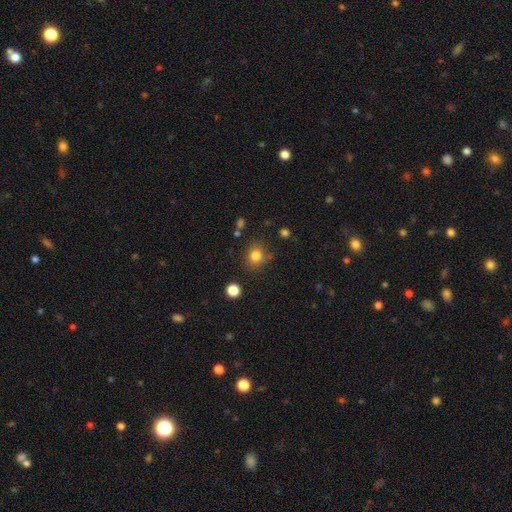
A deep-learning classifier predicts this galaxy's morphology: A smooth galaxy with no disk features (82%) that is round (79%).

Vote fractions:
- Smooth or featured? smooth: 82% / star or artifact: 12% / featured or disk: 6%
- How rounded? round: 79% / in between: 20% / cigar-shaped: 1%
- Merging? none: 80% / minor disturbance: 12% / merger: 4% / major disturbance: 4%